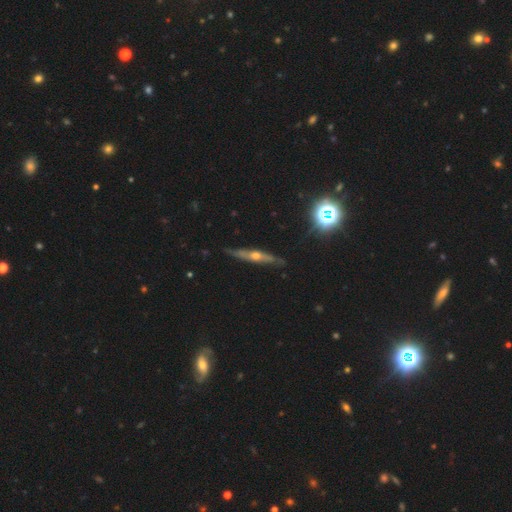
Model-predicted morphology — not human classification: type=featured or disk (73%); edge-on=yes (91%); edge-on bulge=rounded (89%); merging=none (83%).